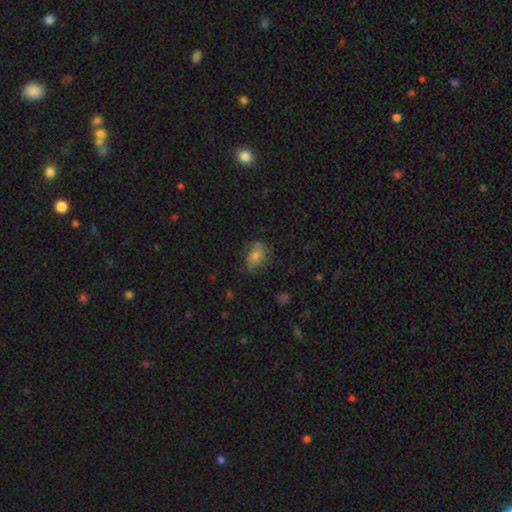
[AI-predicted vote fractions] smooth-or-featured: smooth: 66% | featured or disk: 21% | star or artifact: 13%
  how-rounded: in between: 72% | round: 26% | cigar-shaped: 2%
  merging: none: 66% | minor disturbance: 25% | major disturbance: 8% | merger: 1%